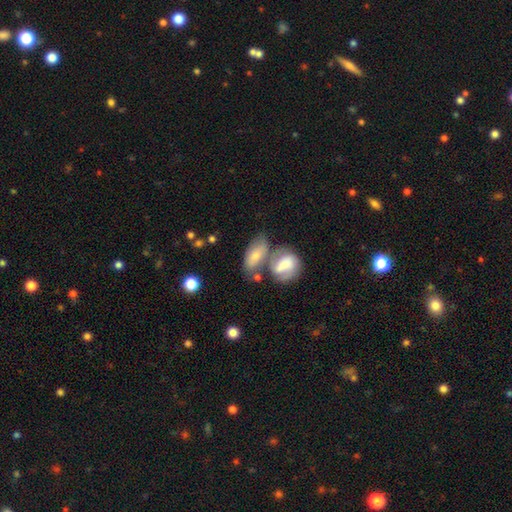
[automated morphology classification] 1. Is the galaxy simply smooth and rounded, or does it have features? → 67% smooth, 27% featured or disk, 7% star or artifact.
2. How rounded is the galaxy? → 84% in between, 9% round, 7% cigar-shaped.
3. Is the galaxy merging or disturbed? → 46% merger, 31% none, 14% minor disturbance, 8% major disturbance.